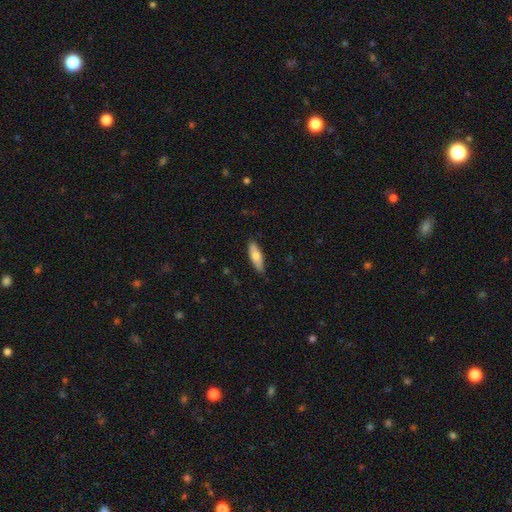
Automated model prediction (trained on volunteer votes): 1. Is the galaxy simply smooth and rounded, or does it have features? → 69% smooth, 25% featured or disk, 6% star or artifact.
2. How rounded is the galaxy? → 54% in between, 44% cigar-shaped, 2% round.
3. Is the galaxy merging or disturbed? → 85% none, 12% minor disturbance, 2% major disturbance, 1% merger.